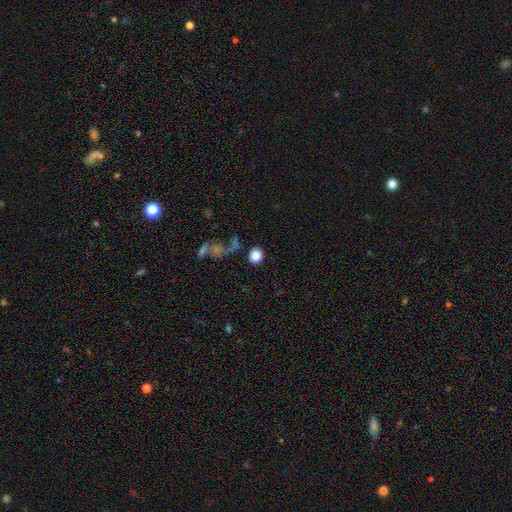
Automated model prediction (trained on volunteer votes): smooth_or_featured: smooth (p=0.83) [alt: star or artifact p=0.10]
how_rounded: round (p=0.73) [alt: in between p=0.25]
merging: none (p=0.80) [alt: minor disturbance p=0.09]